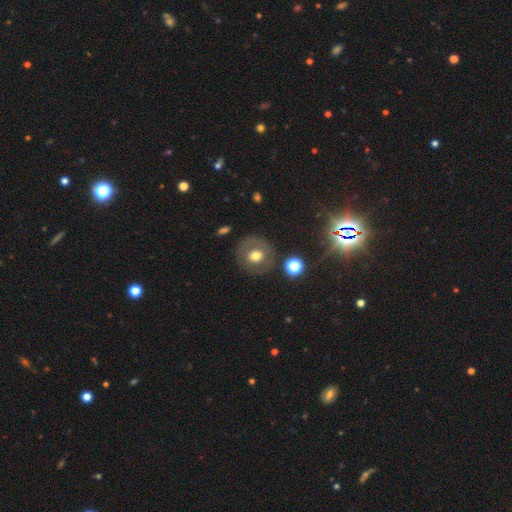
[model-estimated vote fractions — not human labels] smooth_or_featured: smooth (p=0.57) [alt: featured or disk p=0.32]
how_rounded: round (p=0.86) [alt: in between p=0.13]
merging: none (p=0.82) [alt: minor disturbance p=0.10]